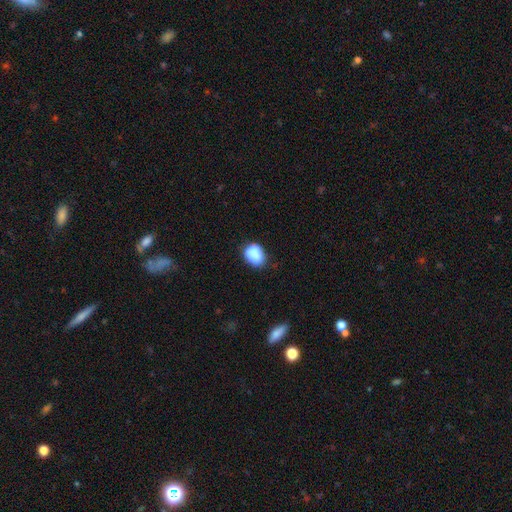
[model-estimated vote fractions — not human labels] smooth-or-featured: smooth: 88% | star or artifact: 8% | featured or disk: 4%
  how-rounded: in between: 60% | round: 39% | cigar-shaped: 1%
  merging: none: 69% | minor disturbance: 24% | major disturbance: 5% | merger: 2%